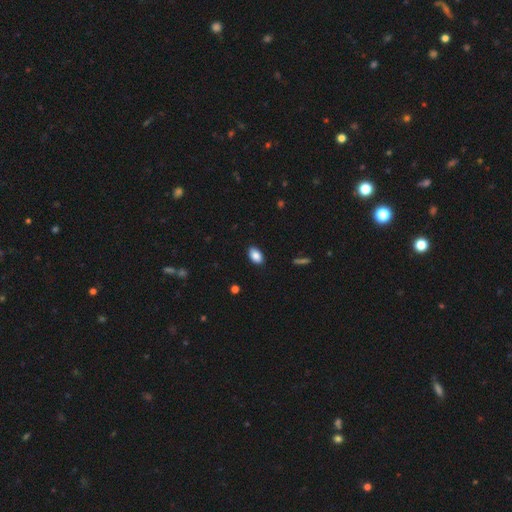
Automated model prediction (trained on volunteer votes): smooth-or-featured: smooth: 87% | star or artifact: 7% | featured or disk: 6%
  how-rounded: in between: 92% | round: 6% | cigar-shaped: 2%
  merging: none: 88% | minor disturbance: 9% | major disturbance: 2% | merger: 1%